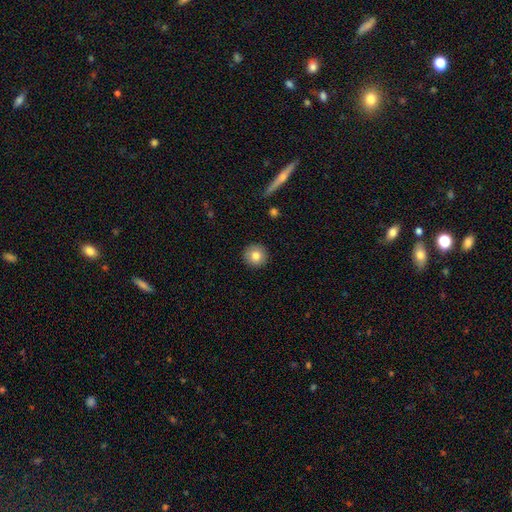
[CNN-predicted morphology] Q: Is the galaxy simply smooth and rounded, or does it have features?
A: smooth — 81%.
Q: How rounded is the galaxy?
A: round — 95%.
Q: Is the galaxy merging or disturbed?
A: none — 91%.